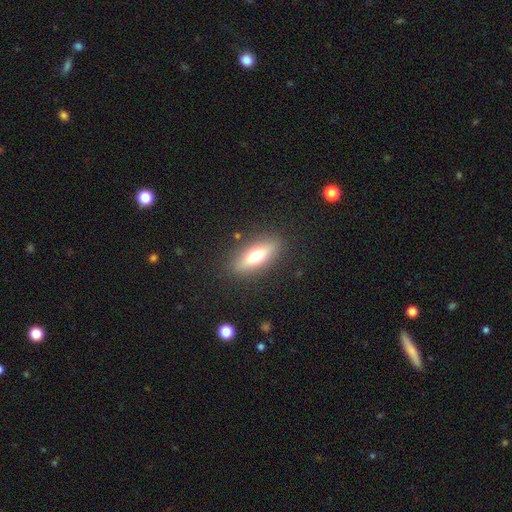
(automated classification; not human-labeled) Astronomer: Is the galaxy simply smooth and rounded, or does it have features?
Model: smooth — 55% (runner-up: featured or disk, 37%).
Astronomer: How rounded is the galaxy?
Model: in between — 55% (runner-up: cigar-shaped, 41%).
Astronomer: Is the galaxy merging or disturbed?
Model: none — 86%.